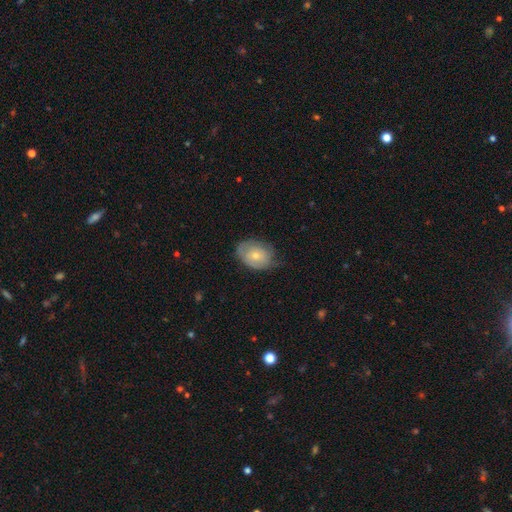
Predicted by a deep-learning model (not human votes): A smooth galaxy with no disk features (59%) that is in between round and cigar-shaped (71%). Merging: none (54%).